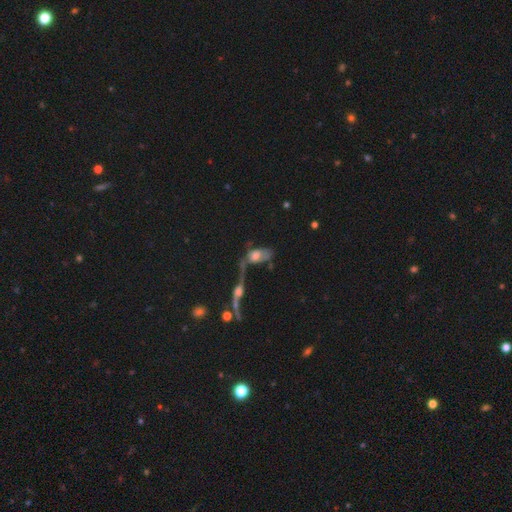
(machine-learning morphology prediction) This appears to be a featured or disk galaxy (50%). Merging: merger (56%).